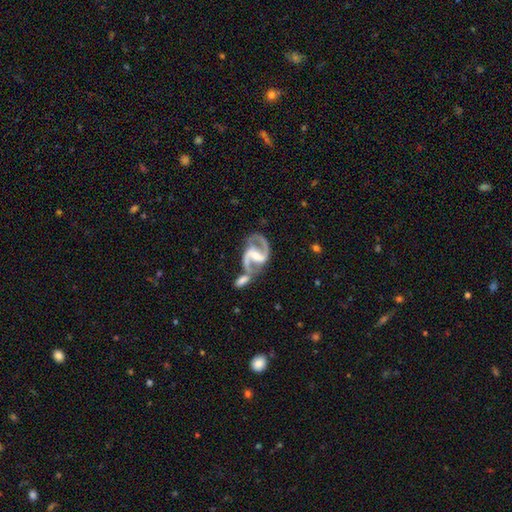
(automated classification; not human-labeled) The model was most divided on "bulge size": small: 46%, moderate: 38%, none: 10%, large: 5%, dominant: 1%. Remaining: edge-on disk — no (98%); spiral arms — yes (97%); spiral arm count — 2 (93%); smooth or featured — featured or disk (92%); spiral winding — medium (59%); bar — strong (49%); merging — none (47%).